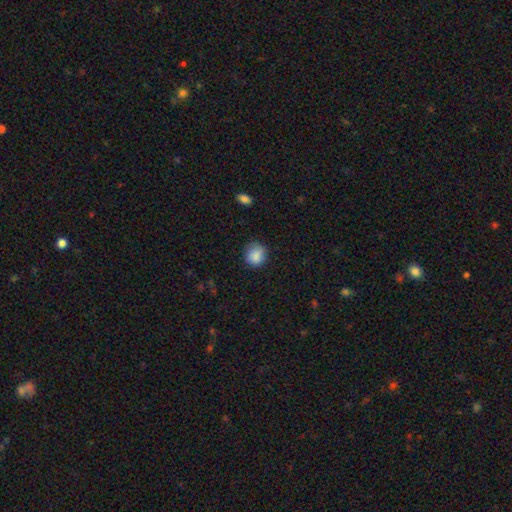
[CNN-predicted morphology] A smooth galaxy with no disk features (86%) that is round (82%). Merging: none (75%).